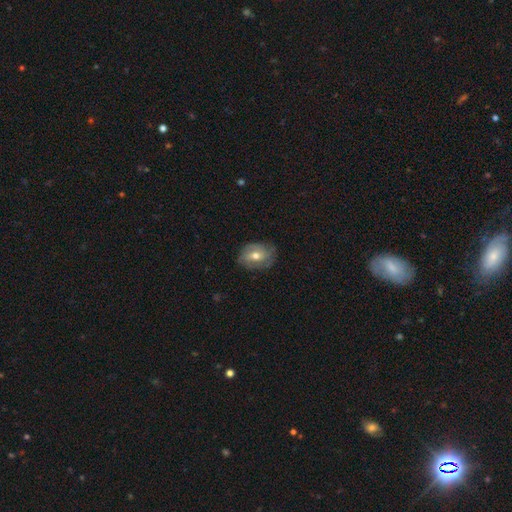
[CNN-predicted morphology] Smooth or featured? Predicted: featured or disk (p=0.56). Edge-on disk? Predicted: no (p=0.95). Bar? Predicted: no (p=0.55). Spiral arms? Predicted: yes (p=0.73). Bulge size? Predicted: moderate (p=0.72). Merging? Predicted: none (p=0.72).